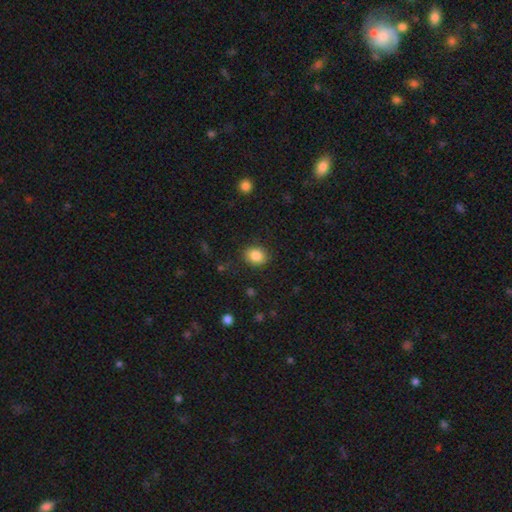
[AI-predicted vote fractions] This is clearly a smooth galaxy (86%). How rounded: possibly round (53%). Merging: clearly none (86%).